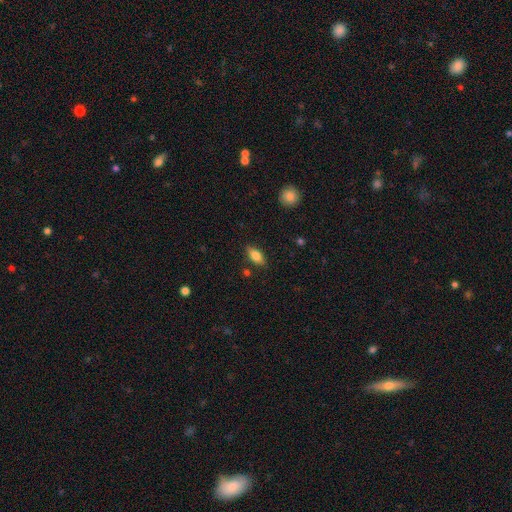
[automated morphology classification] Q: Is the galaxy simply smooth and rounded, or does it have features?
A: smooth — 77%.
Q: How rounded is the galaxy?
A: in between — 84%.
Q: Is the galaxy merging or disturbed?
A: none — 84%.